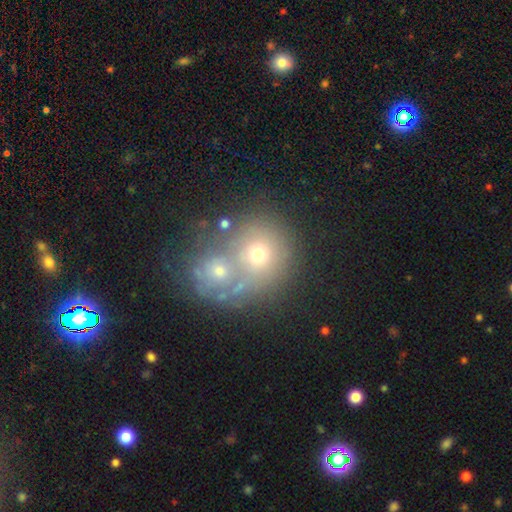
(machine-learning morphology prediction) A smooth galaxy with no disk features (52%) that is round (80%). Merging: merger (63%).